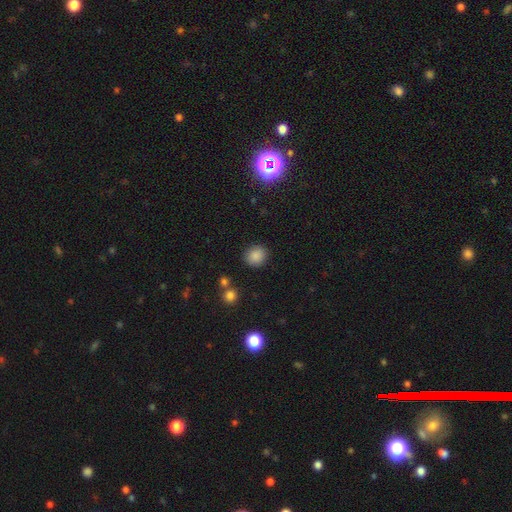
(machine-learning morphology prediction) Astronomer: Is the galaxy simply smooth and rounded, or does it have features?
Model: smooth — 86%.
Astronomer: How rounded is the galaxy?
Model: round — 79%.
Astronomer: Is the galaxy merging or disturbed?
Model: none — 88%.